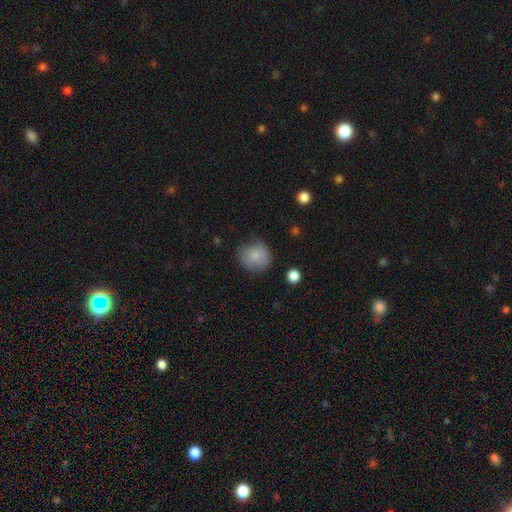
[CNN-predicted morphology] smooth_or_featured: smooth (p=0.81) [alt: featured or disk p=0.11]
how_rounded: round (p=0.81) [alt: in between p=0.18]
merging: none (p=0.67) [alt: minor disturbance p=0.24]